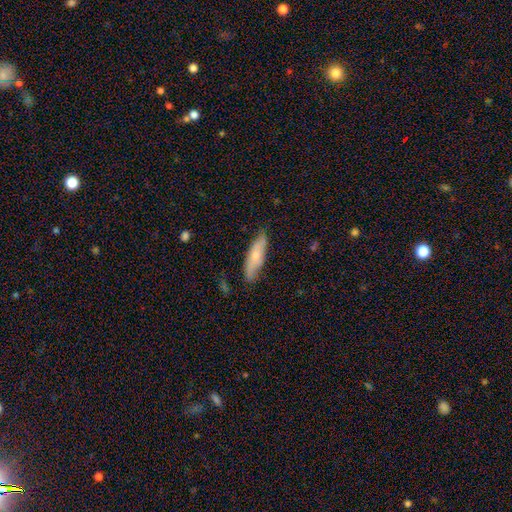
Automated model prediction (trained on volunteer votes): Smooth or featured: smooth — 65% (featured or disk — 29%)
How rounded: cigar-shaped — 58% (in between — 40%)
Merging: none — 77% (minor disturbance — 19%)